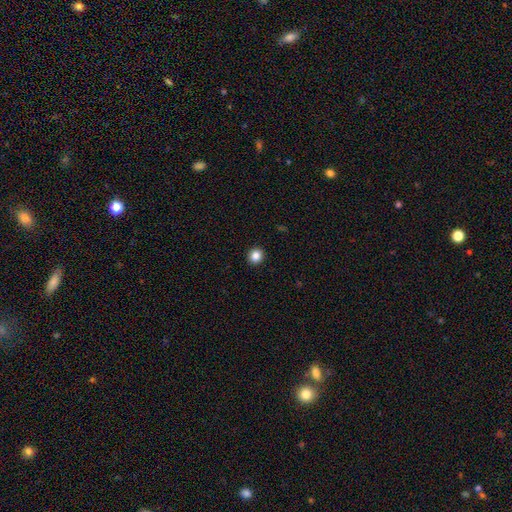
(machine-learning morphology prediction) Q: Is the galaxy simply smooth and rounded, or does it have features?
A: smooth — 85%.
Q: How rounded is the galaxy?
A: round — 89%.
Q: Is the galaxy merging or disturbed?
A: none — 93%.